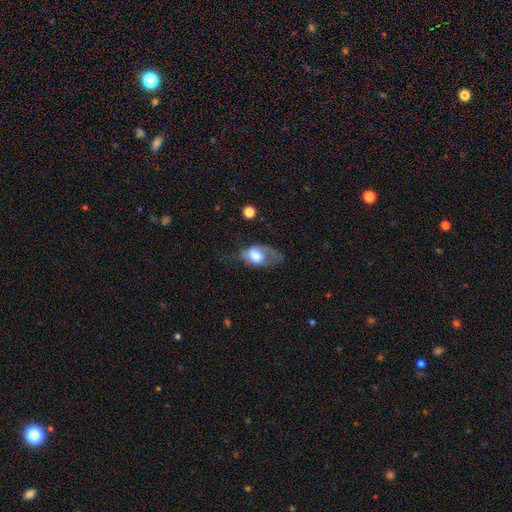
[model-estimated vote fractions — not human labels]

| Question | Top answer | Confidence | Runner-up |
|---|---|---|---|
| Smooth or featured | smooth | 62% | featured or disk (30%) |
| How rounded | in between | 84% | round (13%) |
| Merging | major disturbance | 41% | minor disturbance (29%) |